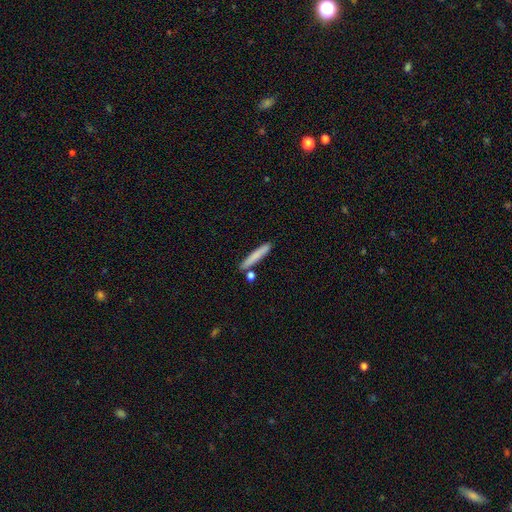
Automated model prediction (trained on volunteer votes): smooth-or-featured: smooth: 77% | featured or disk: 17% | star or artifact: 6%
  how-rounded: cigar-shaped: 94% | in between: 5% | round: 2%
  merging: none: 83% | minor disturbance: 10% | merger: 6% | major disturbance: 2%